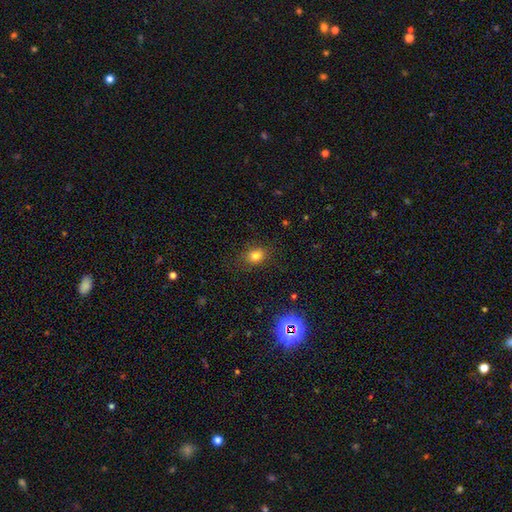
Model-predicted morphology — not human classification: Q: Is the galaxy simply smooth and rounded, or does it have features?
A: smooth — 78%.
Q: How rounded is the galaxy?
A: in between — 55%.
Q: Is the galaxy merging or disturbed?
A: none — 82%.